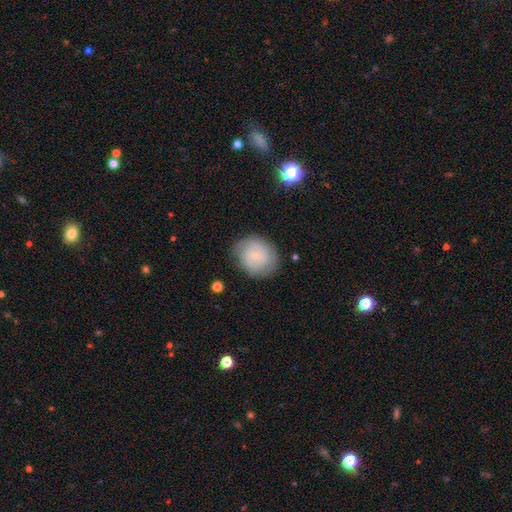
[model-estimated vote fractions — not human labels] Smooth or featured? featured or disk (50%)
Edge-on disk? no (97%)
Merging? none (77%)